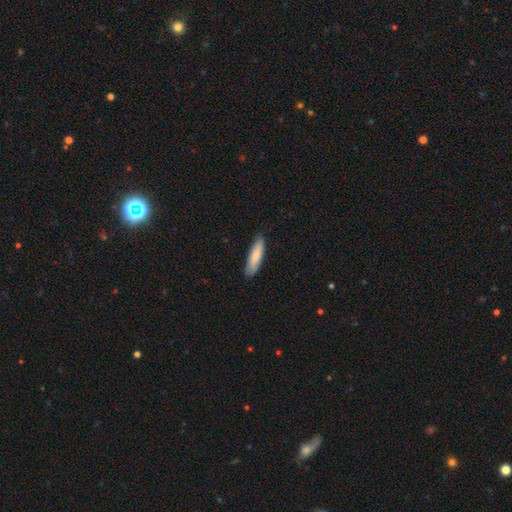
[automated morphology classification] Smooth or featured: smooth — 78% (featured or disk — 17%)
How rounded: cigar-shaped — 68% (in between — 31%)
Merging: none — 83% (minor disturbance — 14%)